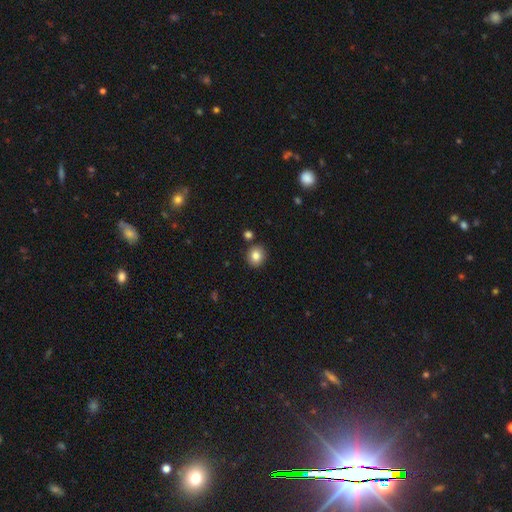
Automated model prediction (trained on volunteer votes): Smooth or featured? smooth (84%)
How rounded? round (78%)
Merging? none (85%)